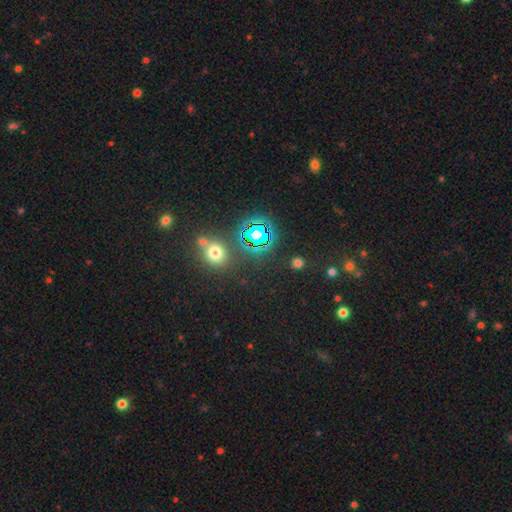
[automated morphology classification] Smooth or featured?
  - star or artifact: 50% *
  - smooth: 41%
  - featured or disk: 9%